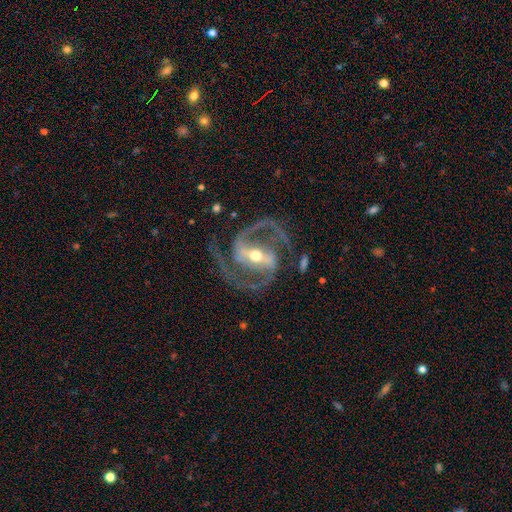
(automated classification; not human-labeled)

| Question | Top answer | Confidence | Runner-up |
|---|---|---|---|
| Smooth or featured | featured or disk | 93% | star or artifact (4%) |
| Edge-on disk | no | 97% | yes (3%) |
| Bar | strong | 71% | weak (22%) |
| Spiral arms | yes | 98% | no (2%) |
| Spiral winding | medium | 66% | tight (22%) |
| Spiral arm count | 2 | 92% | 3 (3%) |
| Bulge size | moderate | 62% | small (33%) |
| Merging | none | 78% | minor disturbance (13%) |